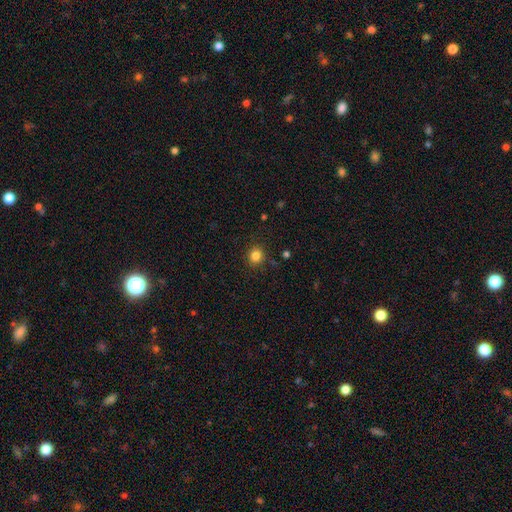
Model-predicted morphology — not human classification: smooth-or-featured: smooth: 84% | star or artifact: 12% | featured or disk: 4%
  how-rounded: round: 83% | in between: 16% | cigar-shaped: 1%
  merging: none: 87% | minor disturbance: 8% | major disturbance: 3% | merger: 2%